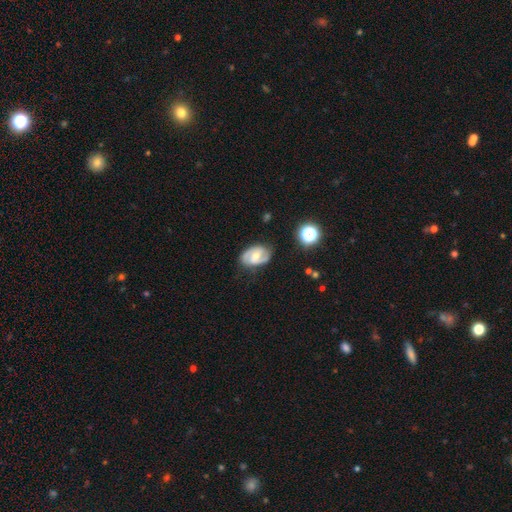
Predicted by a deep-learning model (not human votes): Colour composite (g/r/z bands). It shows a featured or disk galaxy (71%) with a weak bar (47%), 2 (84%) medium (46%) spiral arms (87%) and a moderate central bulge (55%). Merging: none (75%).